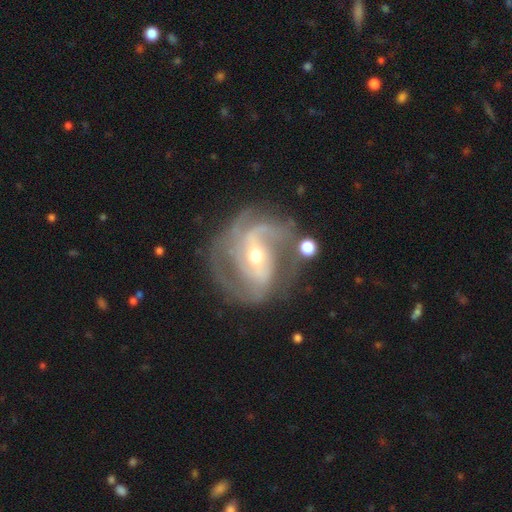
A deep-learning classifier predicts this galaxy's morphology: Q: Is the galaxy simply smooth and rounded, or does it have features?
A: featured or disk — 89%.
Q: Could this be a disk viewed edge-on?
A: no — 97%.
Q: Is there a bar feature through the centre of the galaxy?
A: strong — 40%.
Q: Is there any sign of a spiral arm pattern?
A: yes — 96%.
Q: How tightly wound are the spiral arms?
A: medium — 49%.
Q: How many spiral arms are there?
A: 2 — 55%.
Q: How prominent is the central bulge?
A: small — 49%.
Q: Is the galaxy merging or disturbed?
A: none — 61%.